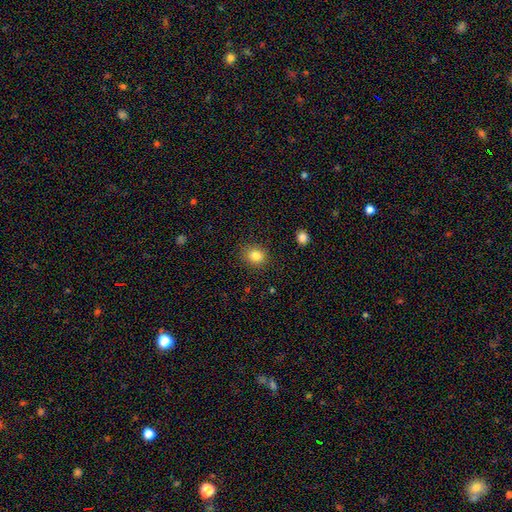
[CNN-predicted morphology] This appears to be a smooth galaxy with no disk features (84%) that is round (66%). Merging: none (86%).